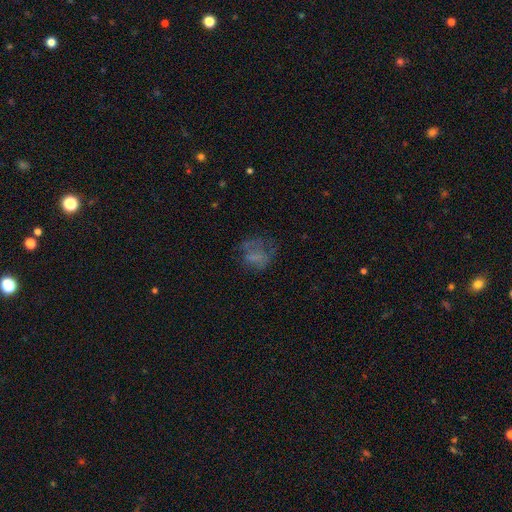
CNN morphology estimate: This appears to be a smooth galaxy with no disk features (46%). Merging: none (44%).